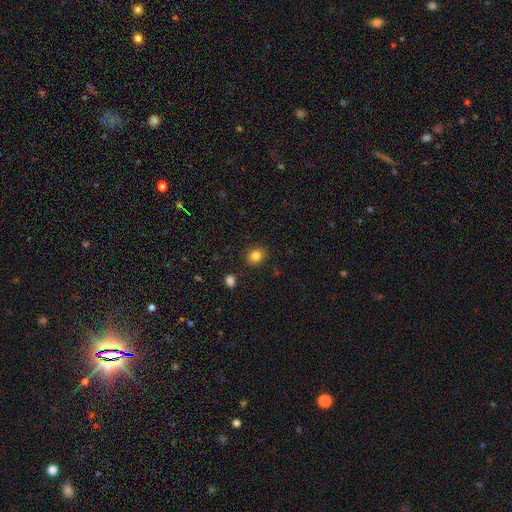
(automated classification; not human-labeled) Smooth or featured? Predicted: smooth (p=0.83). How rounded? Predicted: round (p=0.65). Merging? Predicted: none (p=0.88).